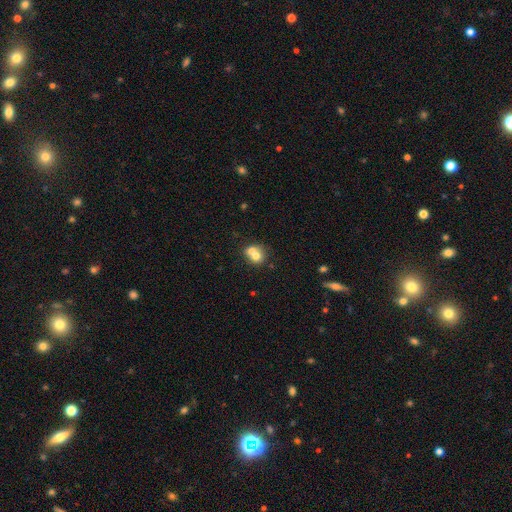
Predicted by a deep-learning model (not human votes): This is likely a smooth galaxy (67%). How rounded: likely round (76%). Merging: likely merger (61%).